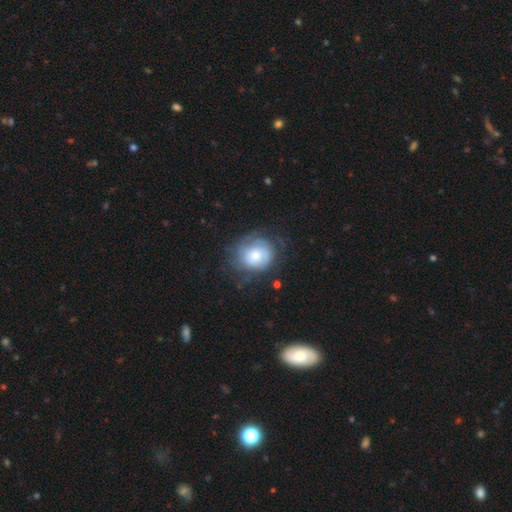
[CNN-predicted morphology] smooth-or-featured: featured or disk: 47% | smooth: 45% | star or artifact: 8%
  merging: none: 60% | minor disturbance: 23% | major disturbance: 15% | merger: 2%